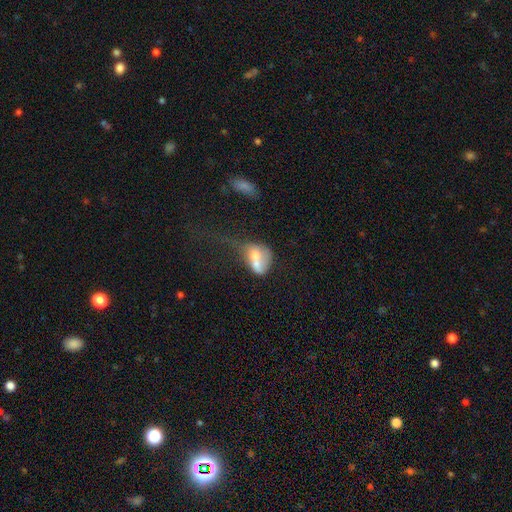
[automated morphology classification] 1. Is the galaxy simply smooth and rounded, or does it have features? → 58% smooth, 33% featured or disk, 9% star or artifact.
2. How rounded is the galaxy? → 66% in between, 32% round, 3% cigar-shaped.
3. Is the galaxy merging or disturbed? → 63% merger, 17% major disturbance, 12% none, 9% minor disturbance.